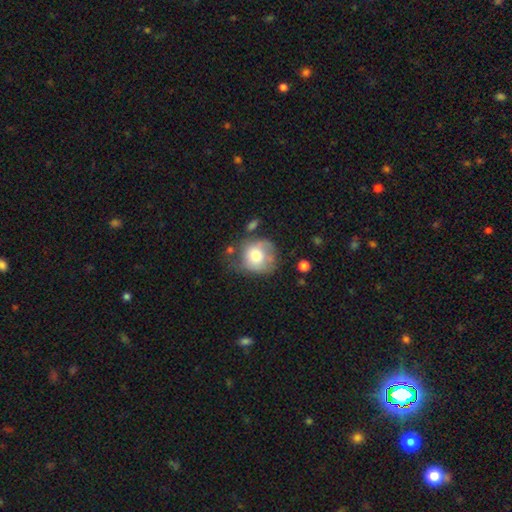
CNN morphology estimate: smooth 67%, featured or disk 26%, star or artifact 7%. Down the decision tree: how rounded — round (77%); merging — none (43%).